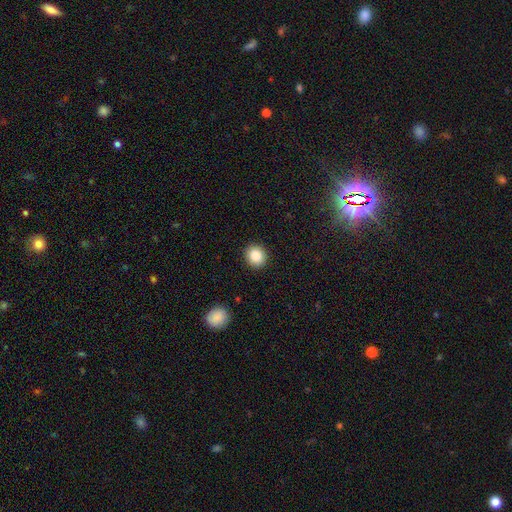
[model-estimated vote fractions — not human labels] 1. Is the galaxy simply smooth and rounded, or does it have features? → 85% smooth, 9% star or artifact, 6% featured or disk.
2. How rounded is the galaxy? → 85% round, 15% in between, 1% cigar-shaped.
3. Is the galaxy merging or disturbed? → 92% none, 5% minor disturbance, 2% major disturbance, 1% merger.